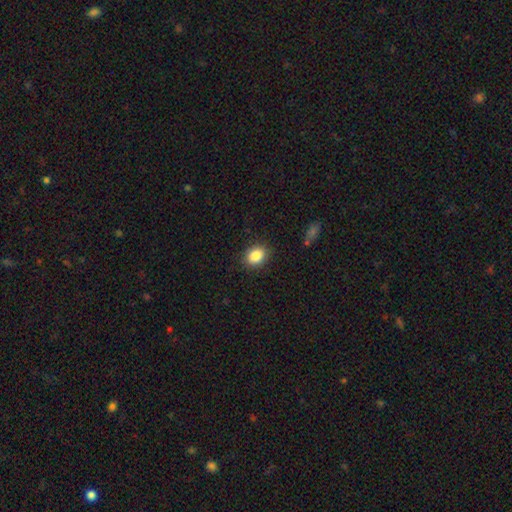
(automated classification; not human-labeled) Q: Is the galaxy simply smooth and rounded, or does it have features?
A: smooth — 86%.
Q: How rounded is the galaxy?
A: in between — 58%.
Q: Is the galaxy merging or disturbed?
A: none — 86%.